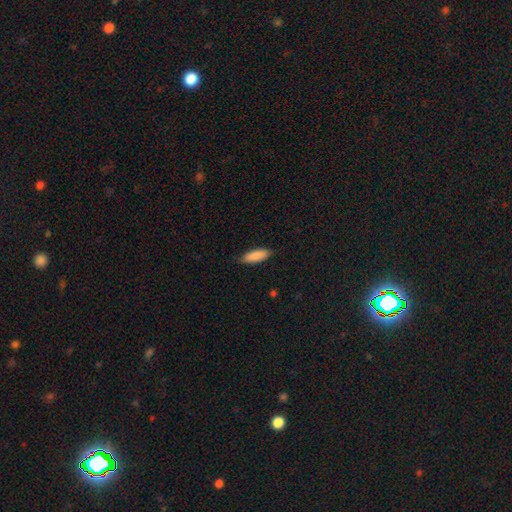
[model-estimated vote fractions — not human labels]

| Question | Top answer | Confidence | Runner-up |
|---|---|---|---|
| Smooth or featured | smooth | 89% | star or artifact (6%) |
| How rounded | in between | 61% | cigar-shaped (37%) |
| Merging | none | 85% | minor disturbance (12%) |